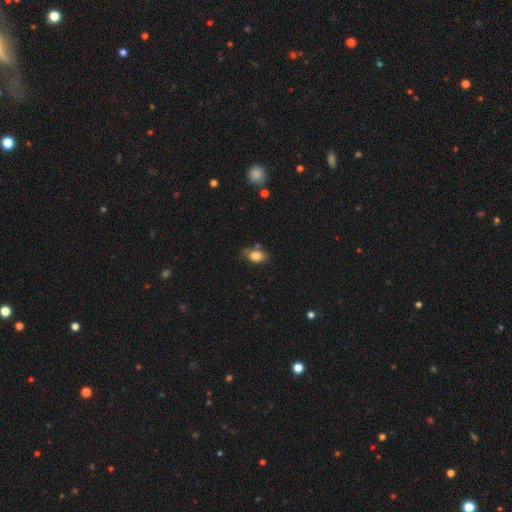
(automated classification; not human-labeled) smooth-or-featured: smooth: 81% | featured or disk: 10% | star or artifact: 9%
  how-rounded: in between: 85% | round: 13% | cigar-shaped: 2%
  merging: none: 56% | minor disturbance: 28% | major disturbance: 9% | merger: 6%